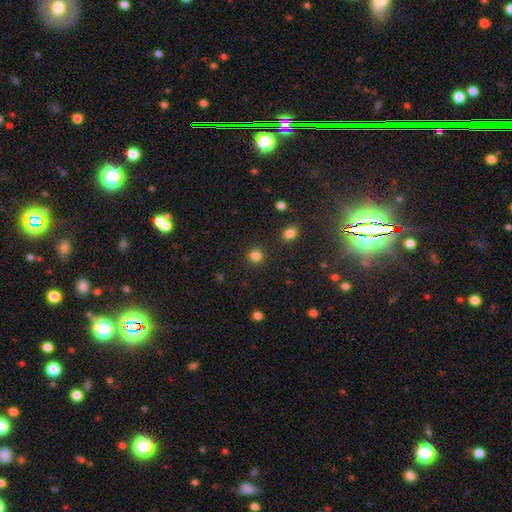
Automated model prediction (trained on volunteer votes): smooth-or-featured: smooth: 84% | star or artifact: 13% | featured or disk: 4%
  how-rounded: round: 91% | in between: 8% | cigar-shaped: 1%
  merging: none: 91% | minor disturbance: 5% | major disturbance: 2% | merger: 2%